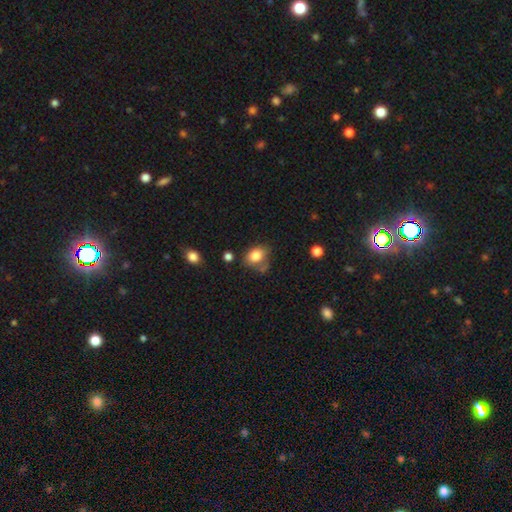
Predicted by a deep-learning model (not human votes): smooth 81%, star or artifact 10%, featured or disk 9%. Down the decision tree: how rounded — in between (61%); merging — none (54%).